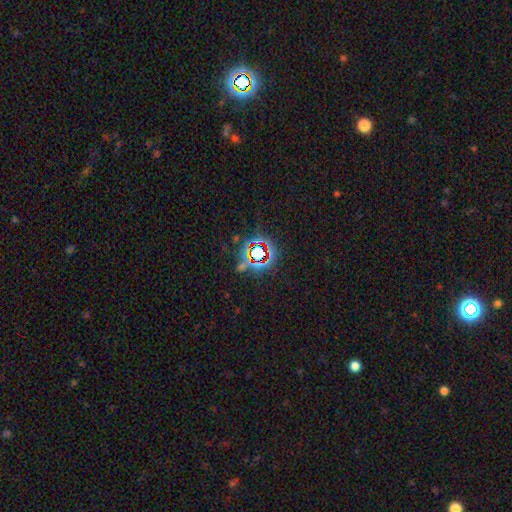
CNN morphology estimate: star or artifact 73%, smooth 17%, featured or disk 10%.